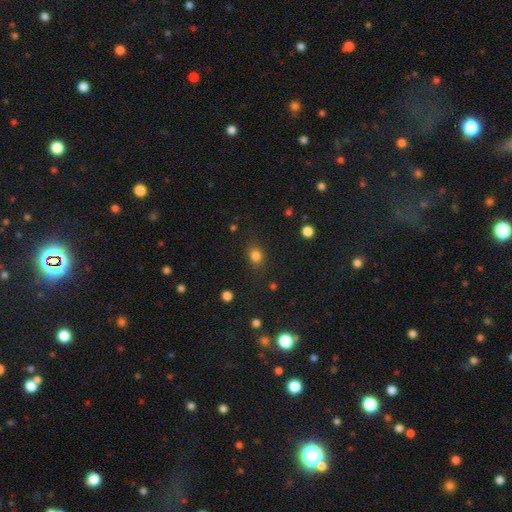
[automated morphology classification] Smooth or featured? smooth (82%)
How rounded? round (53%)
Merging? none (80%)